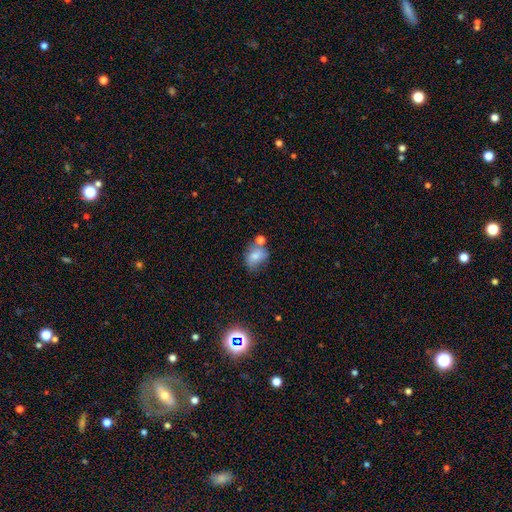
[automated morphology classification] Smooth or featured: smooth — 73% (featured or disk — 17%)
How rounded: in between — 63% (round — 35%)
Merging: none — 46% (minor disturbance — 23%)